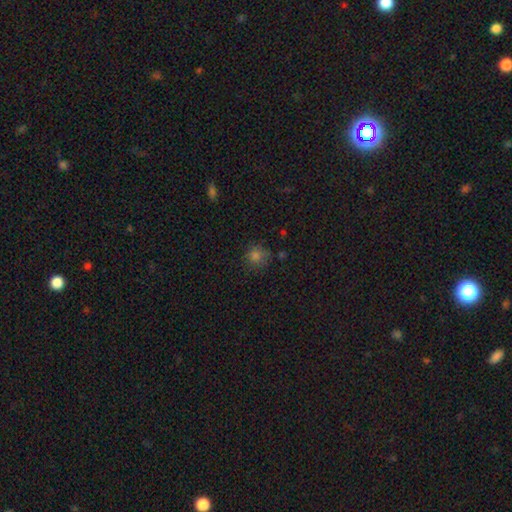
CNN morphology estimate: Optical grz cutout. It shows a smooth galaxy with no disk features (76%) that is round (88%). Merging: none (76%).